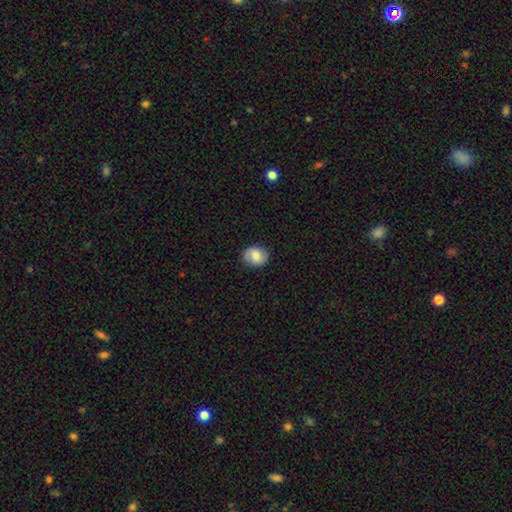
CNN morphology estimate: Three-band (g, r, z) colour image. It shows a smooth galaxy with no disk features (75%) that is round (62%). Merging: none (85%).